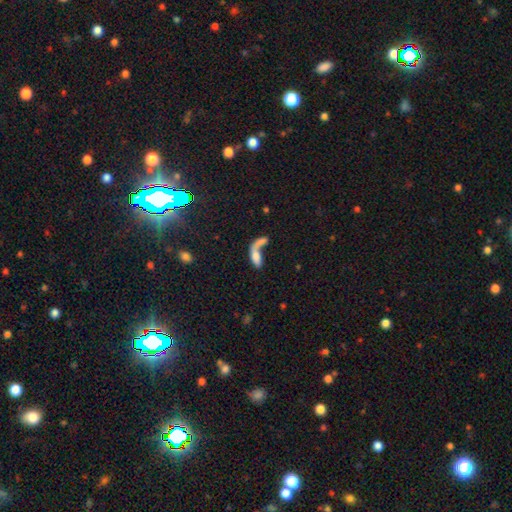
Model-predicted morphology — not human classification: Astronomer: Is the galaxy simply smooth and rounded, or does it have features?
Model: smooth — 58%.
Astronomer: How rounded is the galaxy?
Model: in between — 63%.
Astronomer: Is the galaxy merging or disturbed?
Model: merger — 53%.